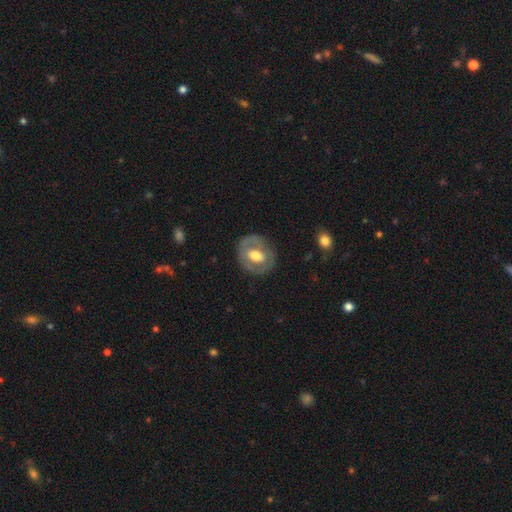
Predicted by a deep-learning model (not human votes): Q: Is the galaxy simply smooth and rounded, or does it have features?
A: featured or disk — 52%.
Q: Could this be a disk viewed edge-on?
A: no — 95%.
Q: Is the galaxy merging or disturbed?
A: none — 77%.